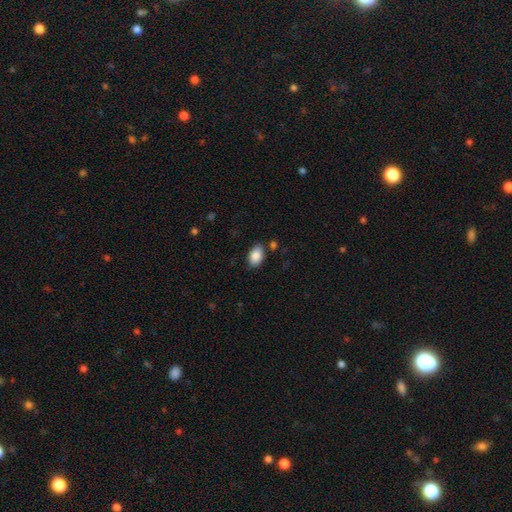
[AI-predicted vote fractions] A smooth galaxy with no disk features (86%) that is in between round and cigar-shaped (90%).

Vote fractions:
- Smooth or featured? smooth: 86% / star or artifact: 7% / featured or disk: 6%
- How rounded? in between: 90% / round: 9% / cigar-shaped: 1%
- Merging? none: 80% / minor disturbance: 13% / merger: 4% / major disturbance: 3%